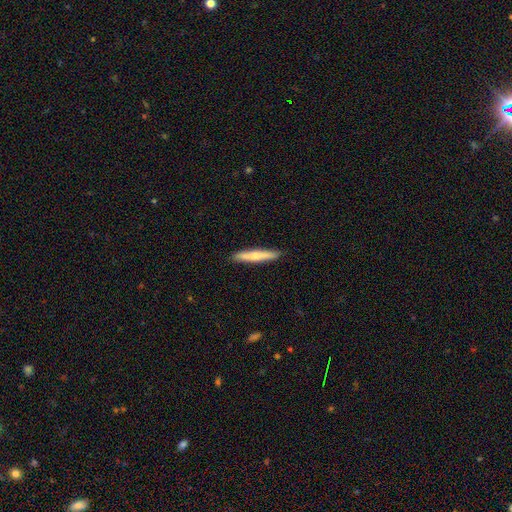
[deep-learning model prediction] Smooth or featured? smooth (57%)
How rounded? cigar-shaped (93%)
Merging? none (91%)